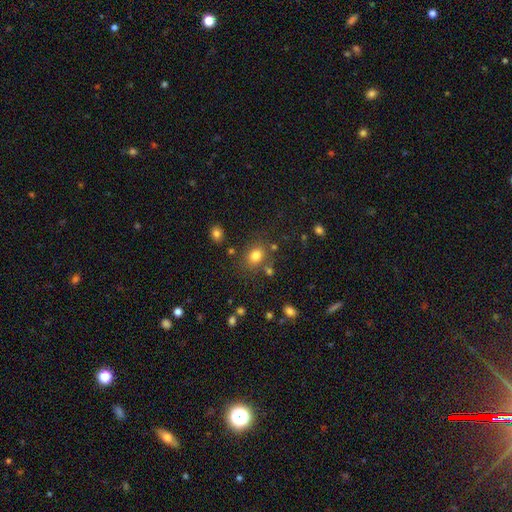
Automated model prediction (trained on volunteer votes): Smooth or featured? Predicted: smooth (p=0.79). How rounded? Predicted: in between (p=0.51). Merging? Predicted: none (p=0.74).